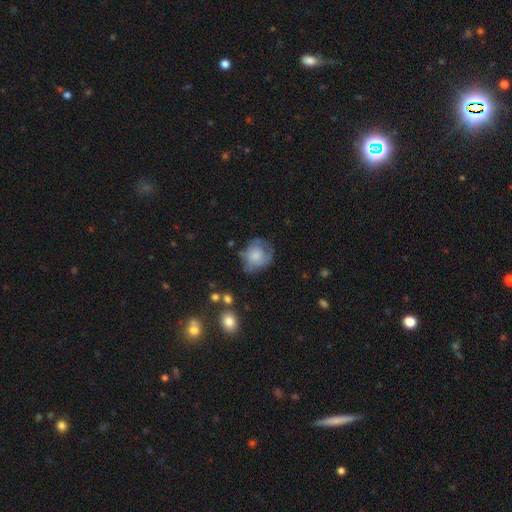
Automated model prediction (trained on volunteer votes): Morphology: type=smooth (65%); roundness=round (70%); merging=none (50%).